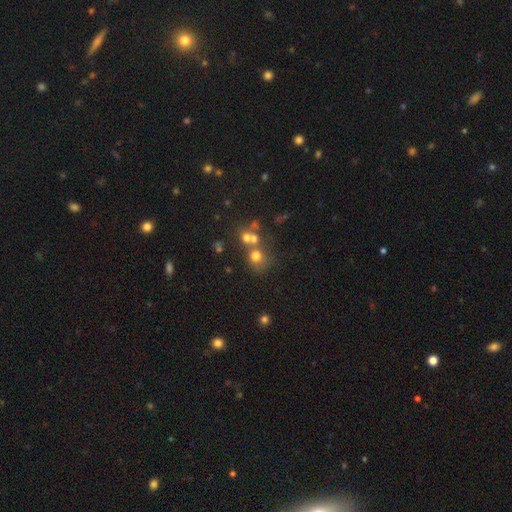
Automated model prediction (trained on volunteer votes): Smooth or featured?
  - smooth: 60% *
  - star or artifact: 20%
  - featured or disk: 20%
How rounded?
  - round: 80% *
  - in between: 19%
  - cigar-shaped: 1%
Merging?
  - merger: 45% *
  - none: 41%
  - minor disturbance: 9%
  - major disturbance: 6%